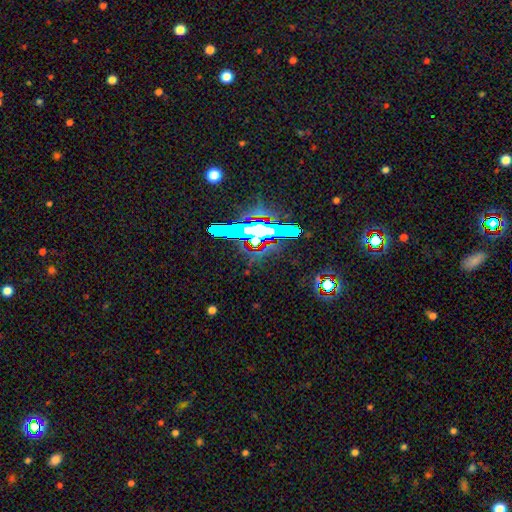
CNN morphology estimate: smooth_or_featured: star or artifact (p=0.68) [alt: featured or disk p=0.19]